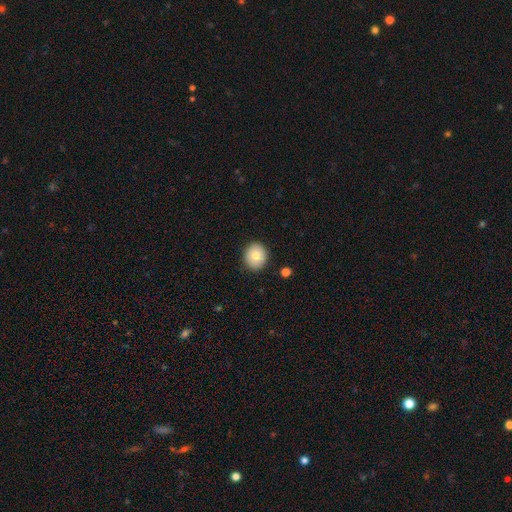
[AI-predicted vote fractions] A smooth galaxy with no disk features (83%) that is round (80%).

Vote fractions:
- Smooth or featured? smooth: 83% / featured or disk: 9% / star or artifact: 8%
- How rounded? round: 80% / in between: 19% / cigar-shaped: 1%
- Merging? none: 90% / minor disturbance: 7% / major disturbance: 2% / merger: 1%